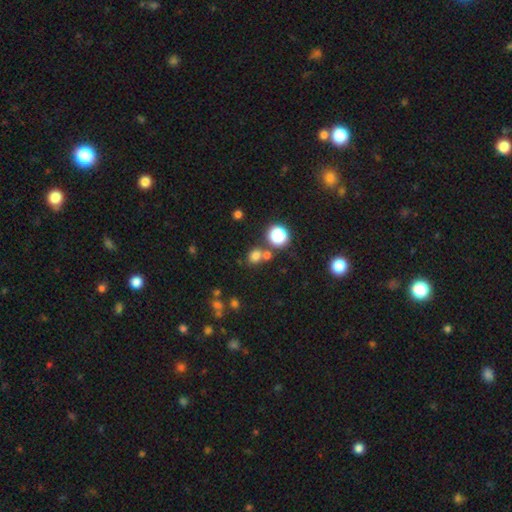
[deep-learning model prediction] Q: Smooth or featured?
A: smooth (71%); runner-up: star or artifact (22%)
Q: How rounded?
A: round (77%); runner-up: in between (22%)
Q: Merging?
A: none (64%); runner-up: merger (23%)